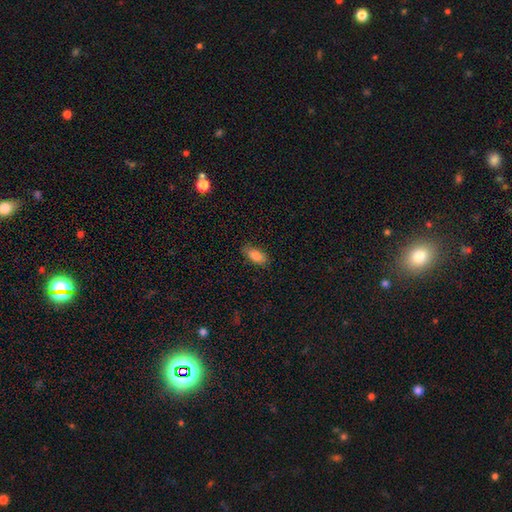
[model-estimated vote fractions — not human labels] Smooth or featured? smooth (87%)
How rounded? in between (88%)
Merging? none (82%)